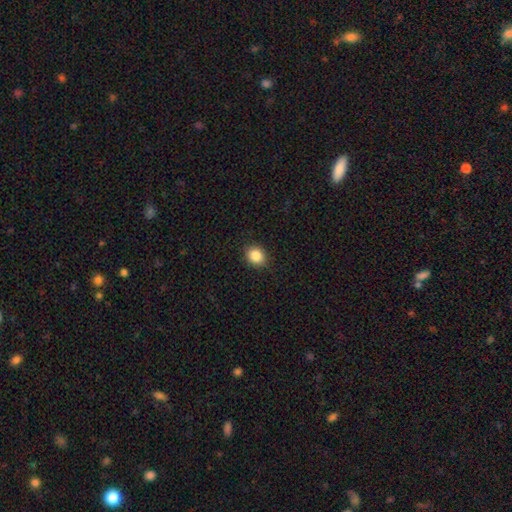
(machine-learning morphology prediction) smooth-or-featured: smooth: 85% | star or artifact: 10% | featured or disk: 5%
  how-rounded: round: 72% | in between: 27% | cigar-shaped: 1%
  merging: none: 87% | minor disturbance: 10% | major disturbance: 2% | merger: 1%